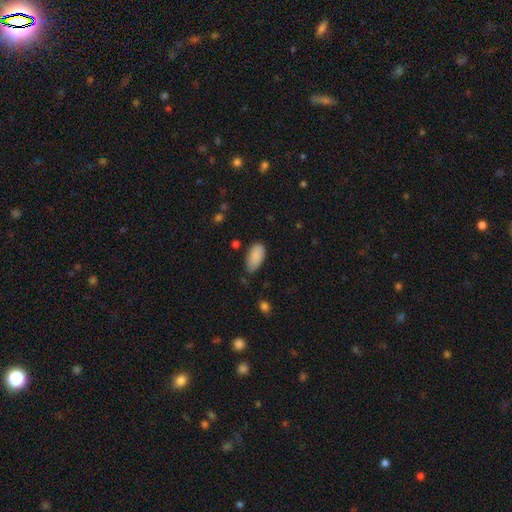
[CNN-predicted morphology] Smooth or featured?
  - smooth: 87% *
  - star or artifact: 7%
  - featured or disk: 6%
How rounded?
  - in between: 94% *
  - cigar-shaped: 4%
  - round: 3%
Merging?
  - none: 59% *
  - minor disturbance: 33%
  - major disturbance: 6%
  - merger: 3%